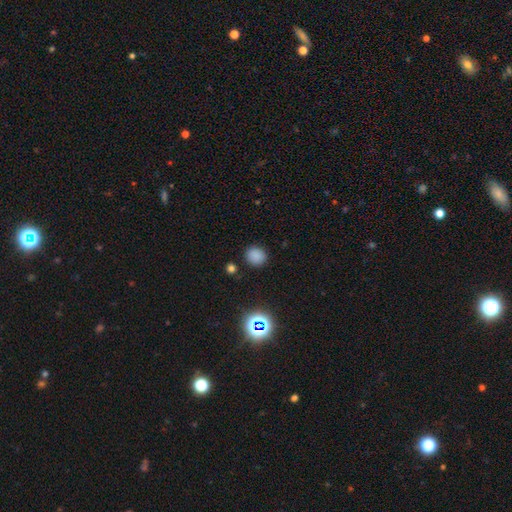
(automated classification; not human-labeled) The model was most divided on "how rounded": round: 80%, in between: 19%, cigar-shaped: 1%. More confident: merging — none (86%); smooth or featured — smooth (81%).